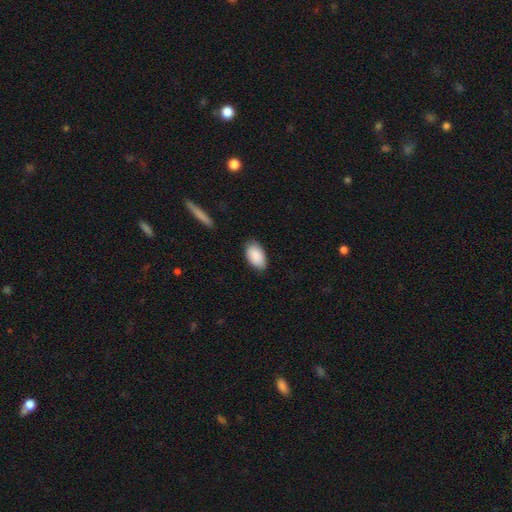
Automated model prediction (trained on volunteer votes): smooth_or_featured: smooth (p=0.90) [alt: star or artifact p=0.06]
how_rounded: in between (p=0.95) [alt: round p=0.04]
merging: none (p=0.81) [alt: minor disturbance p=0.15]